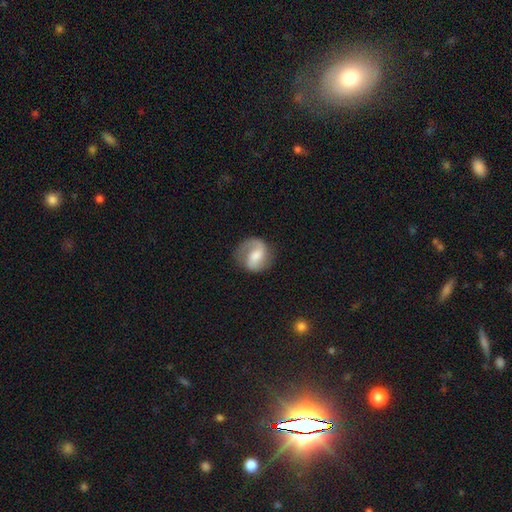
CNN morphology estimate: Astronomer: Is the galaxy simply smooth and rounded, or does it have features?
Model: featured or disk — 67%.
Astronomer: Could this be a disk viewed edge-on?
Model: no — 98%.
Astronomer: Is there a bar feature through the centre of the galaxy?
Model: weak — 47% (runner-up: no, 31%).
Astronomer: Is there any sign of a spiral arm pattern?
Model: yes — 92%.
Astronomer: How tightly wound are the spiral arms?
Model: medium — 46% (runner-up: loose, 31%).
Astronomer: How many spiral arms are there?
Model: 2 — 66%.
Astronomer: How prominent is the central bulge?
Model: moderate — 42% (runner-up: small, 26%).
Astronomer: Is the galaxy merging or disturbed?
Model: none — 70%.